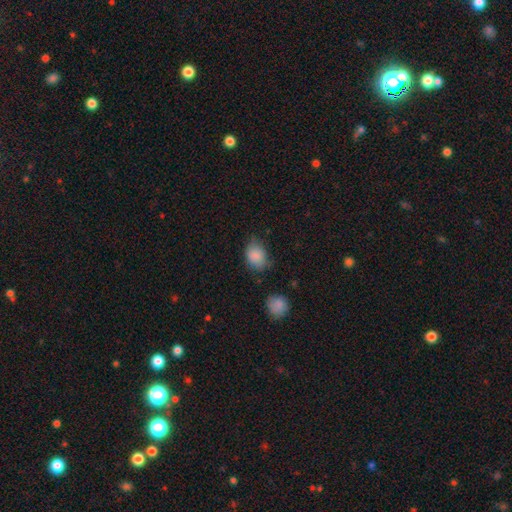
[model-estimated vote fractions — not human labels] smooth_or_featured: smooth (p=0.86) [alt: star or artifact p=0.08]
how_rounded: in between (p=0.67) [alt: round p=0.32]
merging: none (p=0.61) [alt: minor disturbance p=0.29]